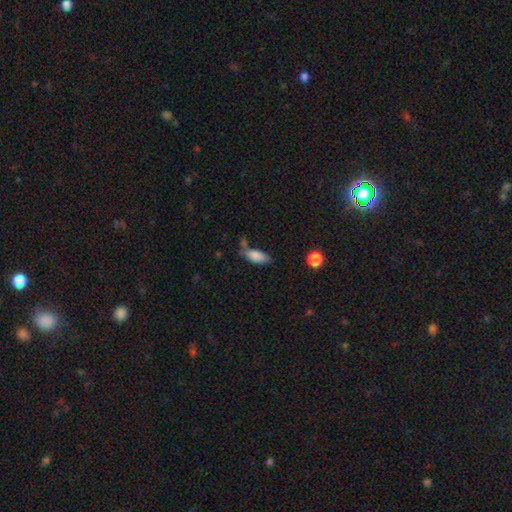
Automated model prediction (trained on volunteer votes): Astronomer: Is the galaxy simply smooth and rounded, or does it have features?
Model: smooth — 84%.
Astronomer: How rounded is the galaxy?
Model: in between — 80%.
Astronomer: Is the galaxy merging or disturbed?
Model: none — 49% (runner-up: minor disturbance, 27%).